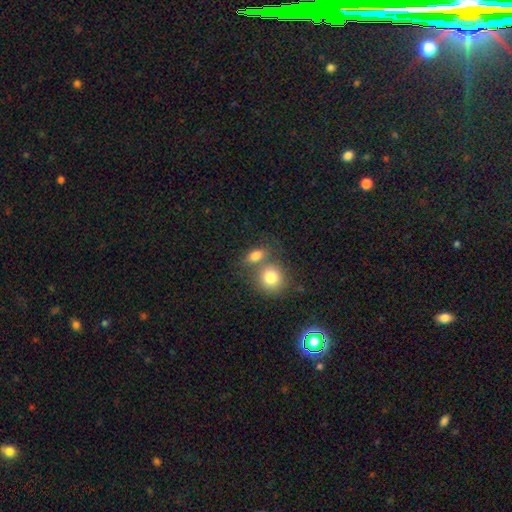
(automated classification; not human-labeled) This is clearly a smooth galaxy (81%). How rounded: likely in between (65%). Merging: possibly none (46%).